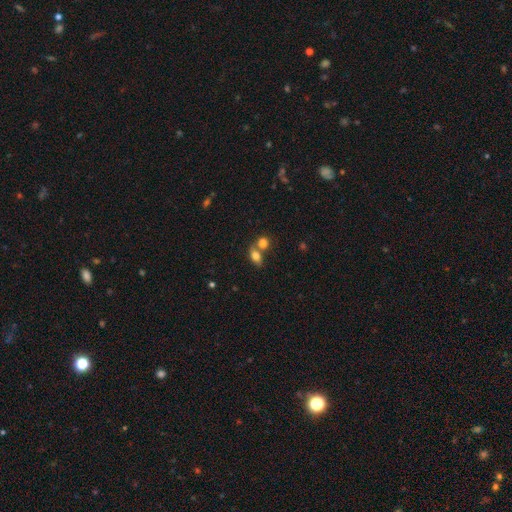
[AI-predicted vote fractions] Q: Smooth or featured?
A: smooth (77%); runner-up: featured or disk (13%)
Q: How rounded?
A: in between (76%); runner-up: round (19%)
Q: Merging?
A: merger (48%); runner-up: none (38%)